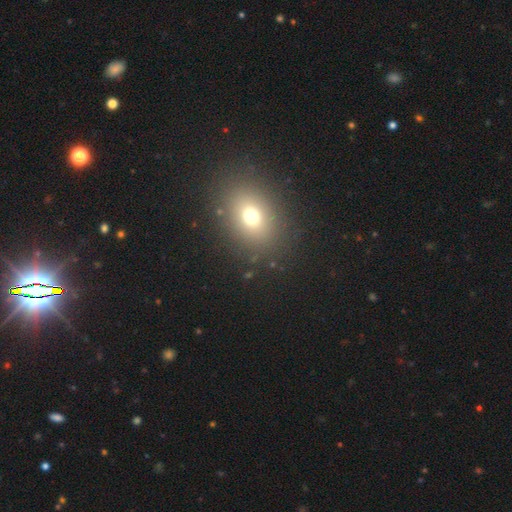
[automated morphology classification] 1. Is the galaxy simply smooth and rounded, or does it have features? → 59% smooth, 30% star or artifact, 11% featured or disk.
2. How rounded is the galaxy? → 62% in between, 36% round, 2% cigar-shaped.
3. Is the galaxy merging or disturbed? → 90% none, 6% minor disturbance, 3% major disturbance, 1% merger.